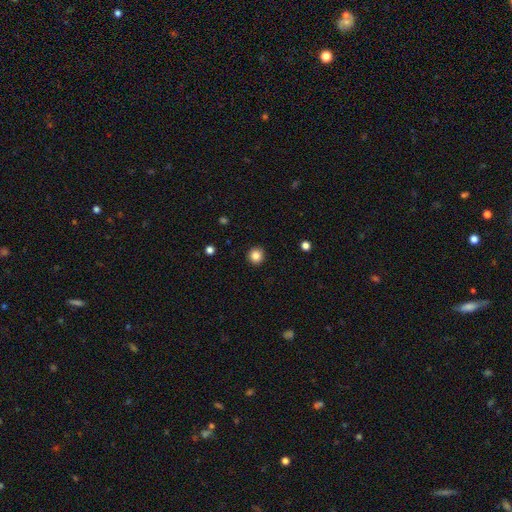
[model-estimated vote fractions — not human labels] This appears to be a smooth galaxy with no disk features (85%) that is round (95%). Merging: none (93%).